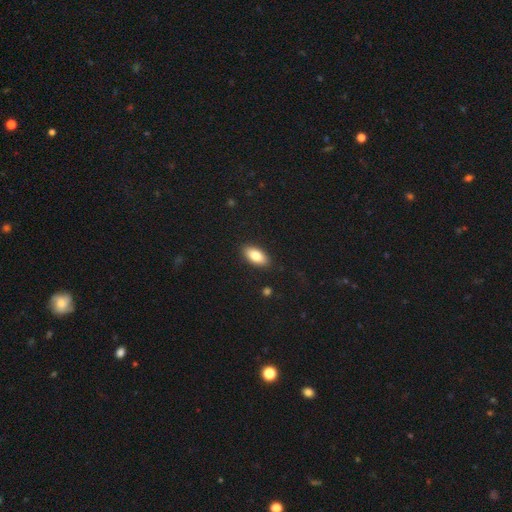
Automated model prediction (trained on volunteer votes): A smooth galaxy with no disk features (82%) that is in between round and cigar-shaped (90%).

Vote fractions:
- Smooth or featured? smooth: 82% / featured or disk: 11% / star or artifact: 7%
- How rounded? in between: 90% / cigar-shaped: 7% / round: 3%
- Merging? none: 89% / minor disturbance: 8% / major disturbance: 2% / merger: 1%